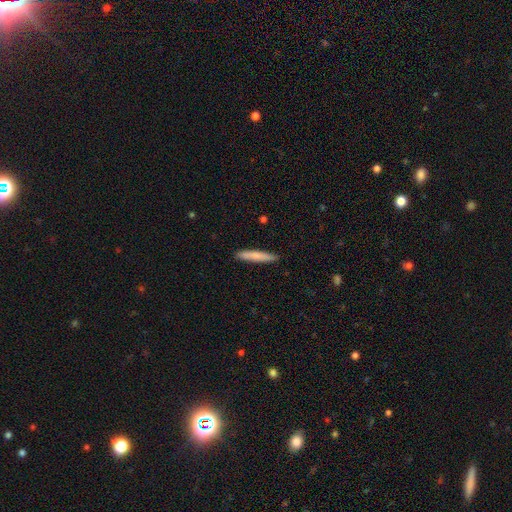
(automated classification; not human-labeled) Smooth or featured?
  - smooth: 78% *
  - featured or disk: 17%
  - star or artifact: 5%
How rounded?
  - cigar-shaped: 94% *
  - in between: 5%
  - round: 1%
Merging?
  - none: 90% *
  - minor disturbance: 7%
  - major disturbance: 1%
  - merger: 1%